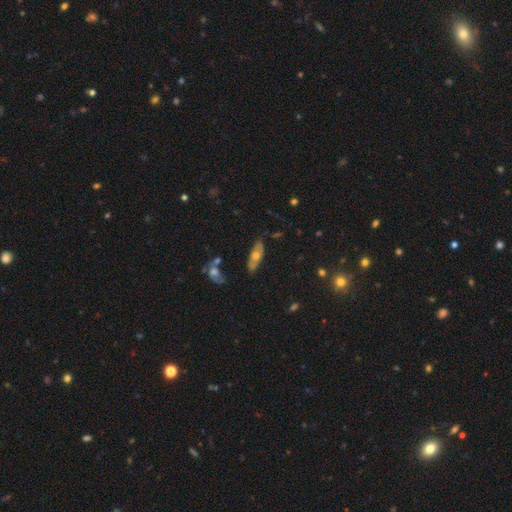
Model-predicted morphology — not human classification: This appears to be a featured or disk galaxy (47%). Merging: none (75%).